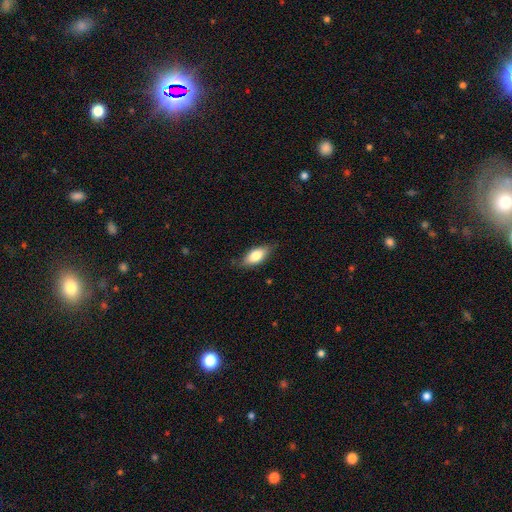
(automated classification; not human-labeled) This appears to be a smooth galaxy with no disk features (74%) that is in between round and cigar-shaped (83%). Merging: none (78%).